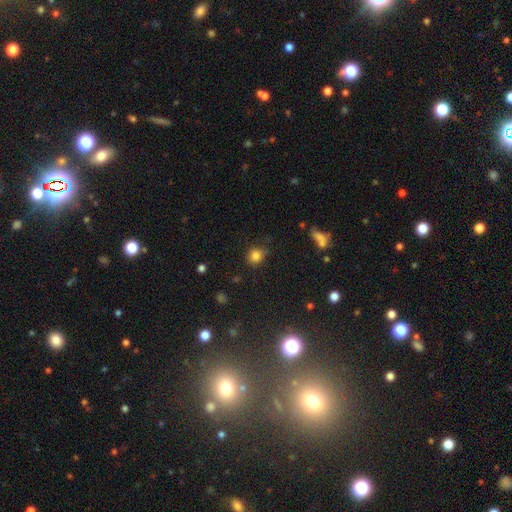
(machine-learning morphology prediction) Smooth or featured? smooth (82%)
How rounded? round (75%)
Merging? none (76%)